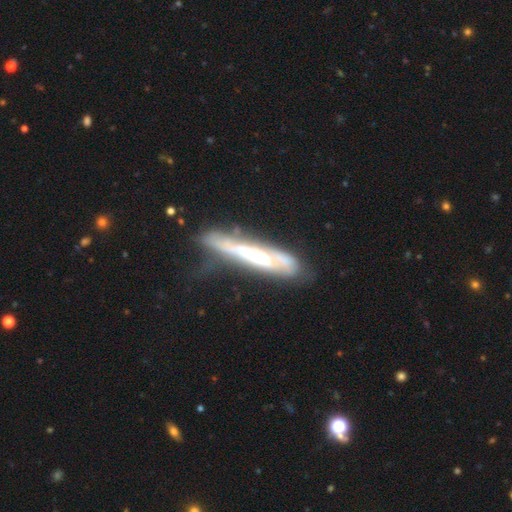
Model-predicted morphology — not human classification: A featured or disk galaxy (69%) viewed edge-on (63%). Merging: none (55%).